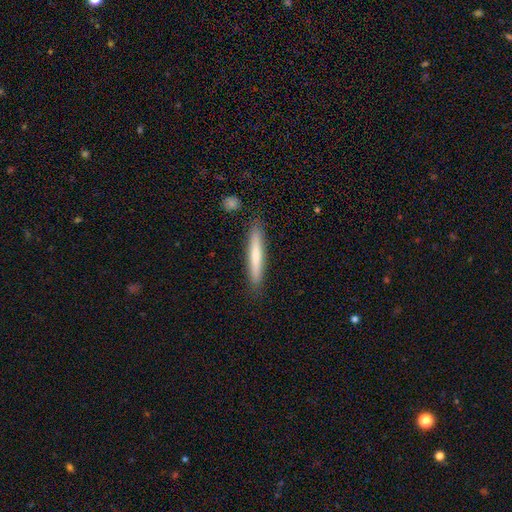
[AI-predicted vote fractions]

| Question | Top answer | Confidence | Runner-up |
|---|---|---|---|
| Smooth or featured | smooth | 67% | featured or disk (28%) |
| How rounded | cigar-shaped | 95% | in between (4%) |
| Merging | none | 89% | minor disturbance (8%) |